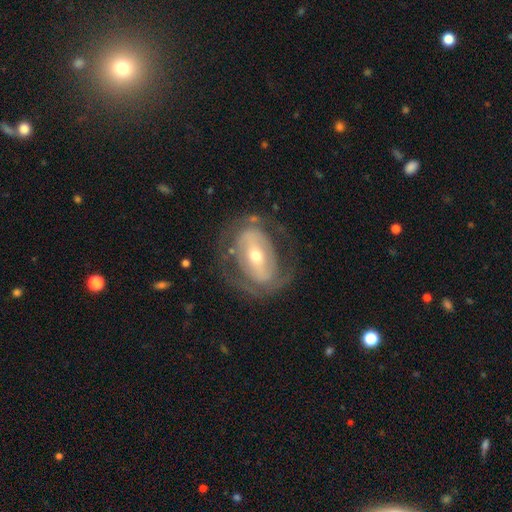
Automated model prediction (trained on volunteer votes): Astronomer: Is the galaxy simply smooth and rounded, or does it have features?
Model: featured or disk — 77%.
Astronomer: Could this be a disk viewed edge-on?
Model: no — 93%.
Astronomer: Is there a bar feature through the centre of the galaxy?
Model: strong — 47% (runner-up: weak, 29%).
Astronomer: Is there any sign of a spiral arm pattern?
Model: yes — 62% (runner-up: no, 38%).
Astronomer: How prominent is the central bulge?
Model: moderate — 53% (runner-up: small, 41%).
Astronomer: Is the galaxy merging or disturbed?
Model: none — 68%.